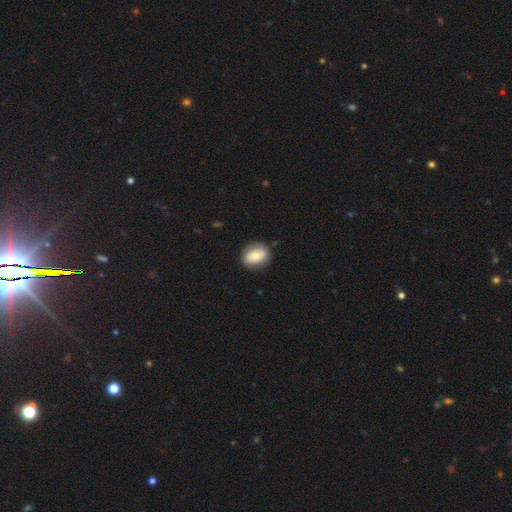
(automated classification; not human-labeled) Q: Smooth or featured?
A: smooth (74%); runner-up: featured or disk (19%)
Q: How rounded?
A: in between (64%); runner-up: round (34%)
Q: Merging?
A: none (83%); runner-up: minor disturbance (13%)